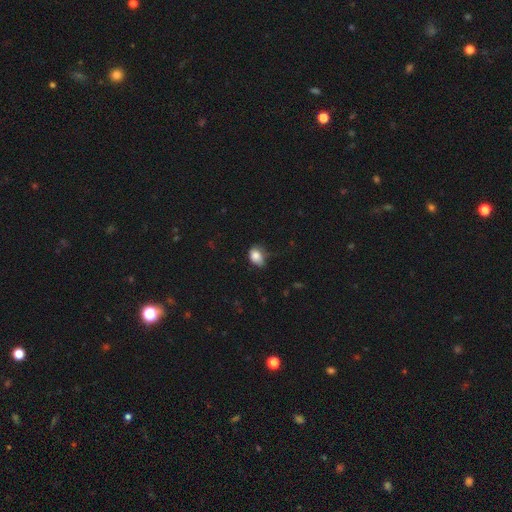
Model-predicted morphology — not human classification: Smooth or featured?
  - smooth: 83% *
  - star or artifact: 9%
  - featured or disk: 9%
How rounded?
  - in between: 72% *
  - round: 27%
  - cigar-shaped: 1%
Merging?
  - none: 44% *
  - minor disturbance: 41%
  - major disturbance: 13%
  - merger: 2%